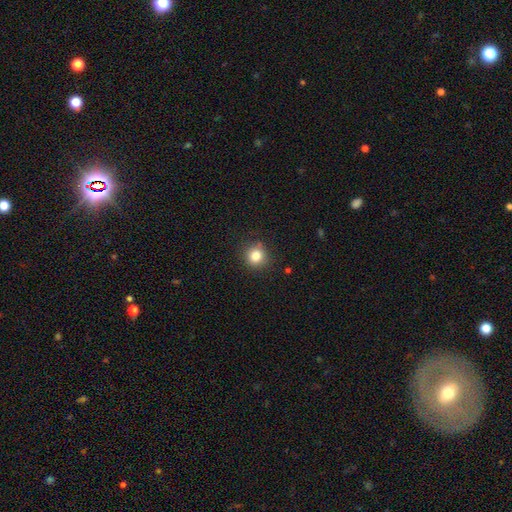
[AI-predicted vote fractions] Overall: smooth (82%). How rounded: round (91%). Merging: none (88%).